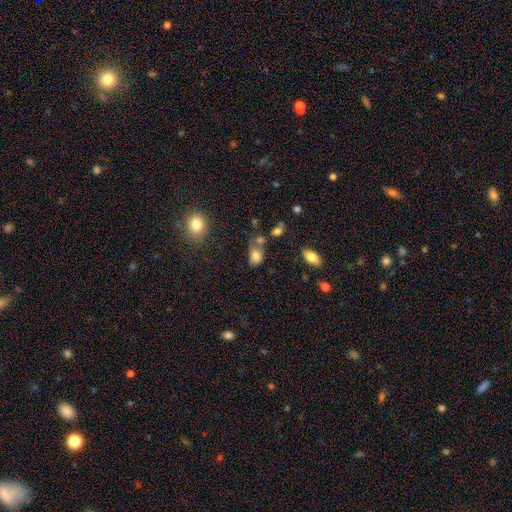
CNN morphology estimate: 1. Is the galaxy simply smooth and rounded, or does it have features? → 79% smooth, 11% featured or disk, 10% star or artifact.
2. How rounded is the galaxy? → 75% in between, 23% round, 2% cigar-shaped.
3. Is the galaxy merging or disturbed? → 38% none, 25% merger, 25% minor disturbance, 12% major disturbance.